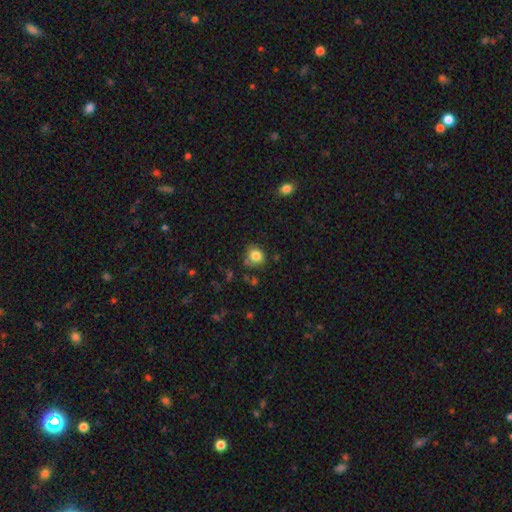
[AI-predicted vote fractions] smooth_or_featured: smooth (p=0.82) [alt: star or artifact p=0.11]
how_rounded: round (p=0.69) [alt: in between p=0.30]
merging: none (p=0.62) [alt: minor disturbance p=0.25]